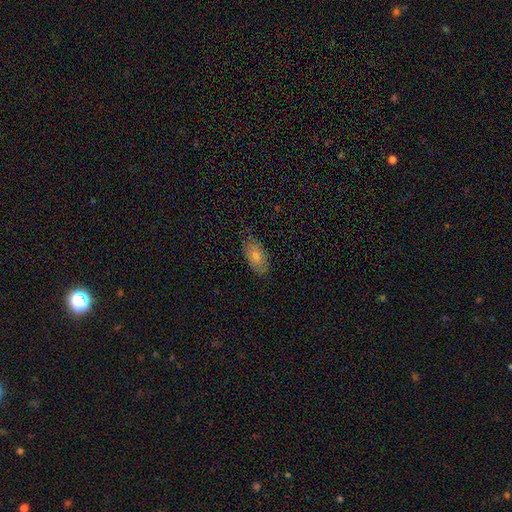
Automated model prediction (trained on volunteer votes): Smooth or featured? Predicted: smooth (p=0.57). How rounded? Predicted: in between (p=0.88). Merging? Predicted: none (p=0.75).